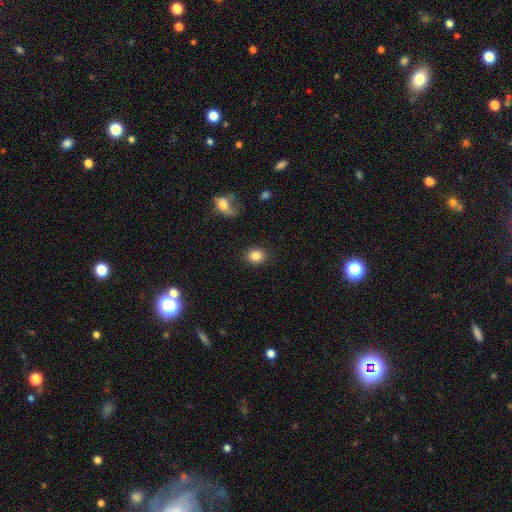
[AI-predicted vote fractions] Smooth or featured: smooth — 85% (star or artifact — 9%)
How rounded: round — 58% (in between — 41%)
Merging: none — 89% (minor disturbance — 8%)